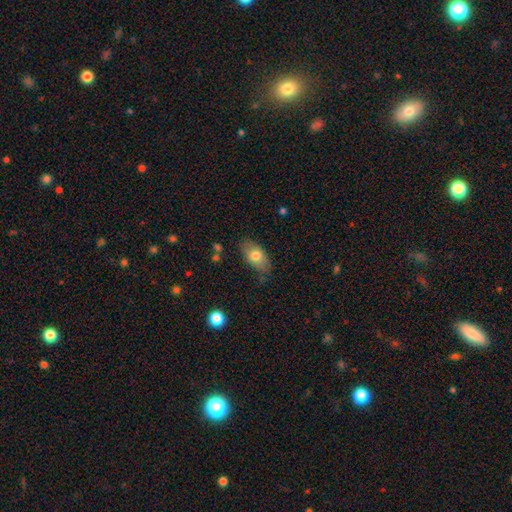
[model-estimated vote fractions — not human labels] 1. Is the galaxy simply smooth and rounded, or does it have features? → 75% smooth, 18% featured or disk, 7% star or artifact.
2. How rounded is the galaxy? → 90% in between, 7% round, 3% cigar-shaped.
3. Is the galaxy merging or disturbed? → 68% none, 24% minor disturbance, 5% major disturbance, 2% merger.